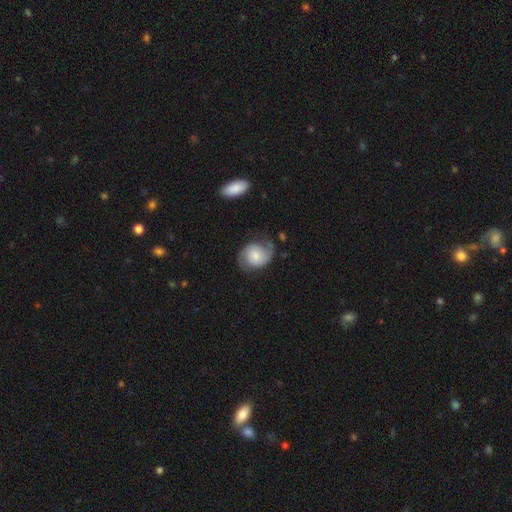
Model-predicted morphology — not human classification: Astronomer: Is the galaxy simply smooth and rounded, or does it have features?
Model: featured or disk — 73%.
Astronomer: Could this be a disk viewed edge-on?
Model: no — 98%.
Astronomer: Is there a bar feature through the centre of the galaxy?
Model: no — 72%.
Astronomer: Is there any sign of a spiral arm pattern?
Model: yes — 95%.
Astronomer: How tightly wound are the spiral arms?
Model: medium — 45% (runner-up: loose, 28%).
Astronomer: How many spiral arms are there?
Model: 2 — 91%.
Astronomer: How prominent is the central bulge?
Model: small — 48% (runner-up: moderate, 30%).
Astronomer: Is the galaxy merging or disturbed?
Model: none — 70%.